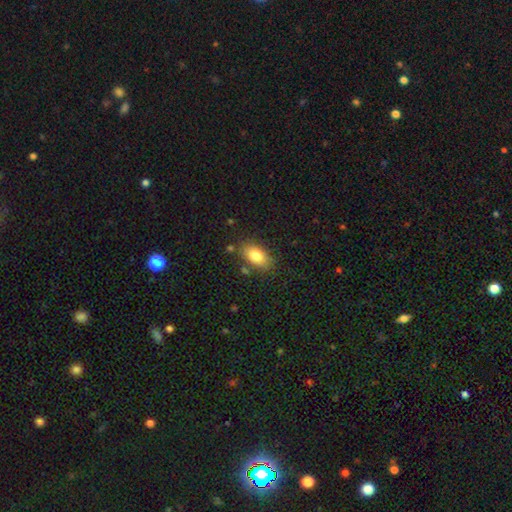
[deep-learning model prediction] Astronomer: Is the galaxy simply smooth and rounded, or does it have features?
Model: smooth — 82%.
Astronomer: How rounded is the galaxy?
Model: in between — 90%.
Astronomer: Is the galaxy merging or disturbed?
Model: none — 77%.